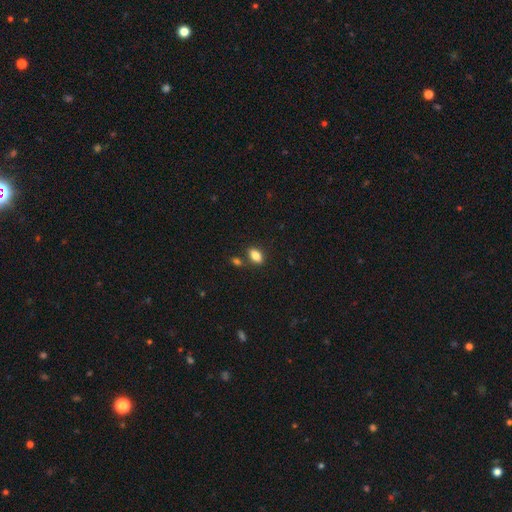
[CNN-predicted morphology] type=smooth (84%); roundness=in between (88%); merging=none (77%).